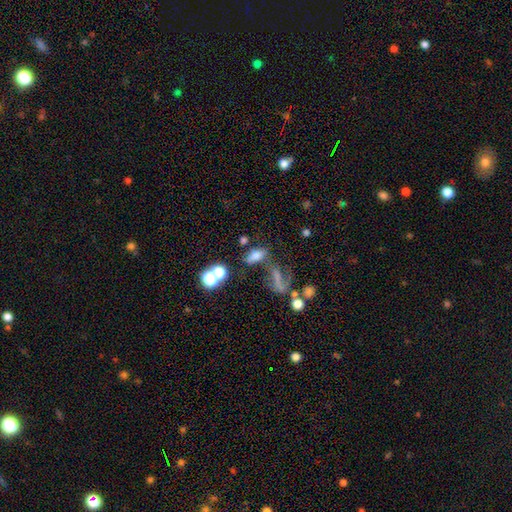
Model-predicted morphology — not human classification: type=smooth (70%); roundness=in between (76%); merging=none (48%).